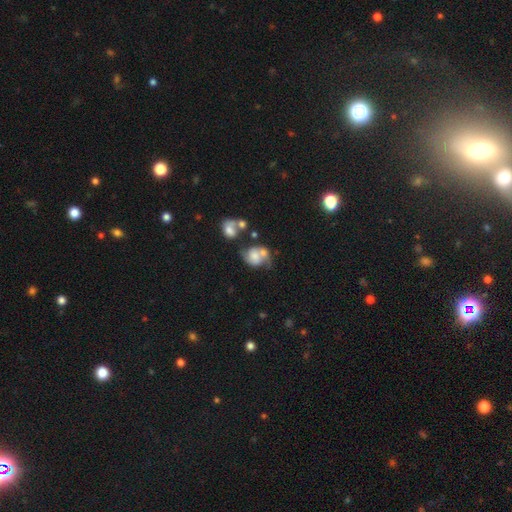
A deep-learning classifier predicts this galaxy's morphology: Smooth or featured?
  - featured or disk: 55% *
  - smooth: 36%
  - star or artifact: 9%
Edge-on disk?
  - no: 97% *
  - yes: 3%
Bar?
  - no: 70% *
  - weak: 24%
  - strong: 6%
Spiral arms?
  - yes: 78% *
  - no: 22%
Bulge size?
  - moderate: 32% *
  - small: 25%
  - none: 22%
  - large: 17%
  - dominant: 4%
Merging?
  - merger: 35% *
  - none: 32%
  - minor disturbance: 18%
  - major disturbance: 16%